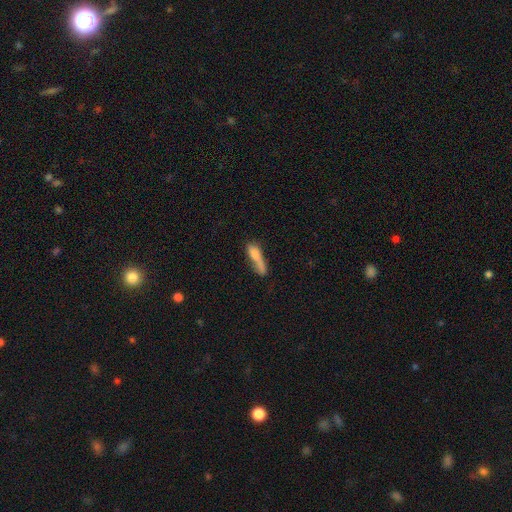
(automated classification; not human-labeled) smooth 74%, featured or disk 18%, star or artifact 8%. Down the decision tree: how rounded — cigar-shaped (68%); merging — none (38%).